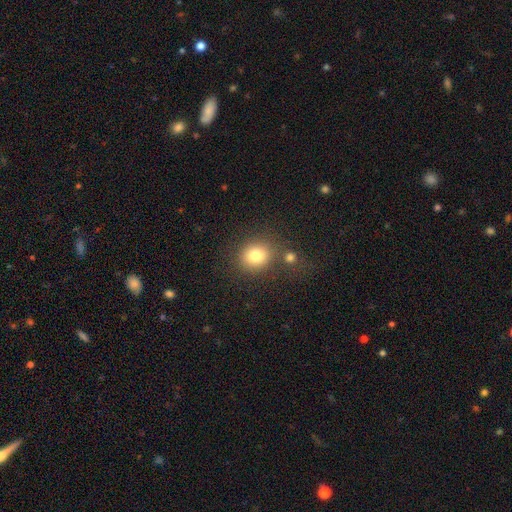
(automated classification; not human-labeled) A smooth galaxy with no disk features (81%) that is round (75%). Merging: none (73%).